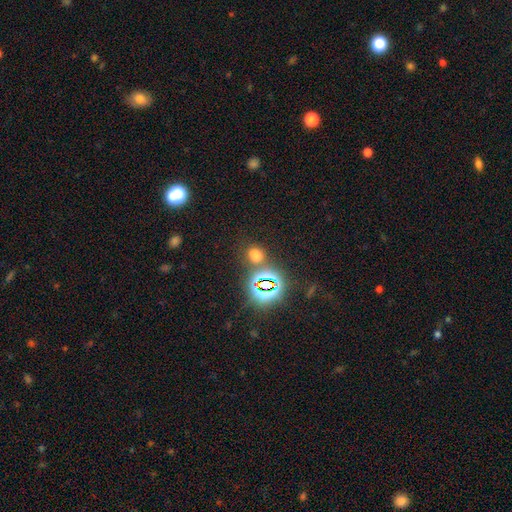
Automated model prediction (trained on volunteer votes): smooth_or_featured: smooth (p=0.55) [alt: star or artifact p=0.38]
how_rounded: round (p=0.61) [alt: in between p=0.38]
merging: none (p=0.72) [alt: merger p=0.13]